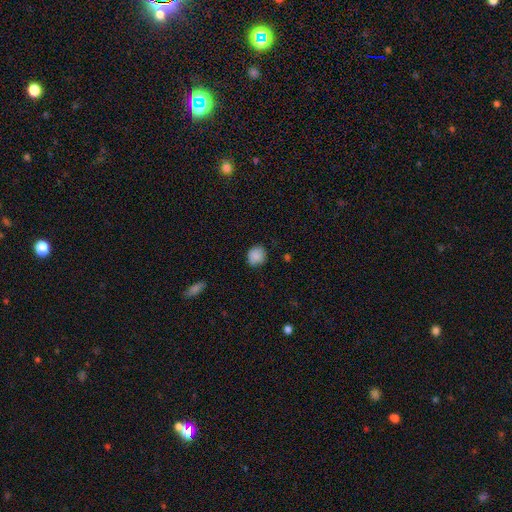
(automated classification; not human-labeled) This is clearly a smooth galaxy (86%). How rounded: clearly round (80%). Merging: likely none (77%).